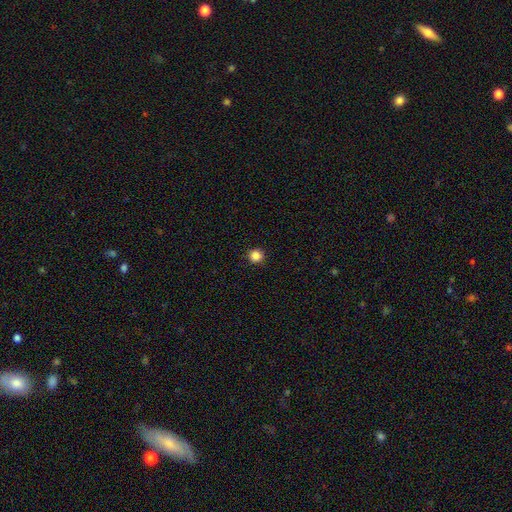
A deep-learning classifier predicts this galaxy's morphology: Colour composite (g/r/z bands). It shows a smooth galaxy with no disk features (86%) that is round (95%). Merging: none (93%).